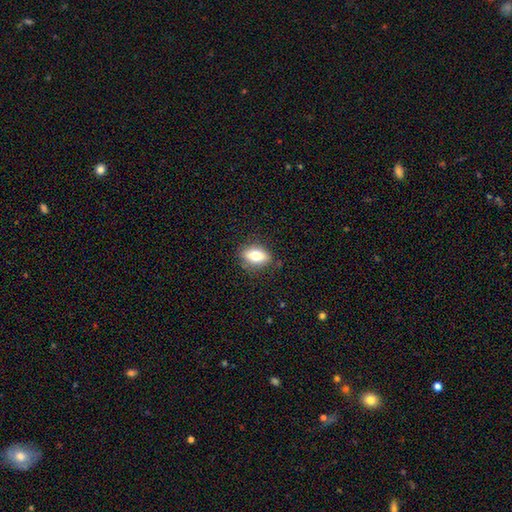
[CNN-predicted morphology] smooth_or_featured: smooth (p=0.72) [alt: featured or disk p=0.20]
how_rounded: in between (p=0.80) [alt: round p=0.13]
merging: none (p=0.82) [alt: minor disturbance p=0.14]